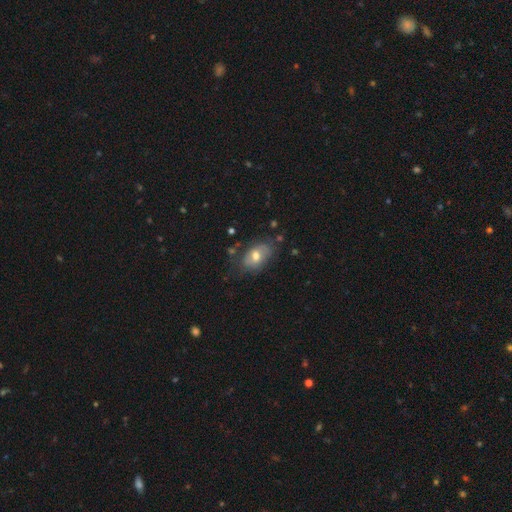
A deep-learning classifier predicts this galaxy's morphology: type=smooth (62%); roundness=in between (85%); merging=none (64%).